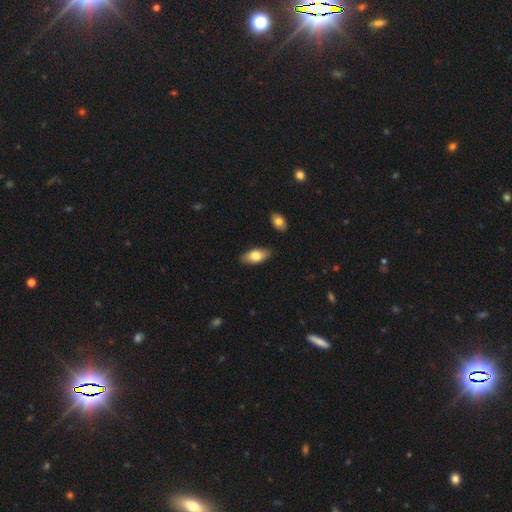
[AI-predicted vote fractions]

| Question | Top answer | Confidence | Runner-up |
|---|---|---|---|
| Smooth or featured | smooth | 77% | featured or disk (17%) |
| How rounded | in between | 90% | cigar-shaped (7%) |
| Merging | none | 85% | minor disturbance (11%) |